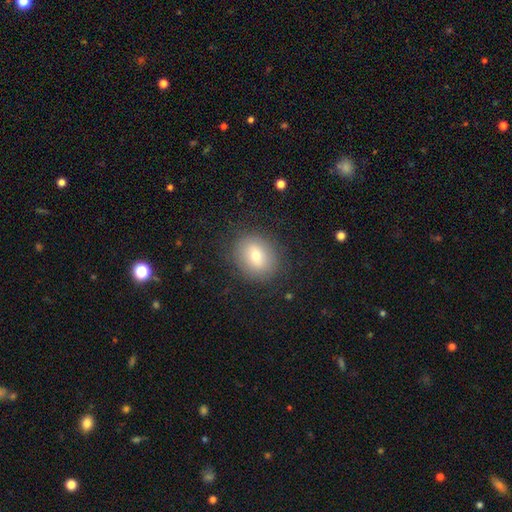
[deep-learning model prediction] smooth-or-featured: smooth: 70% | featured or disk: 19% | star or artifact: 11%
  how-rounded: round: 58% | in between: 40% | cigar-shaped: 1%
  merging: none: 85% | minor disturbance: 10% | major disturbance: 4% | merger: 1%